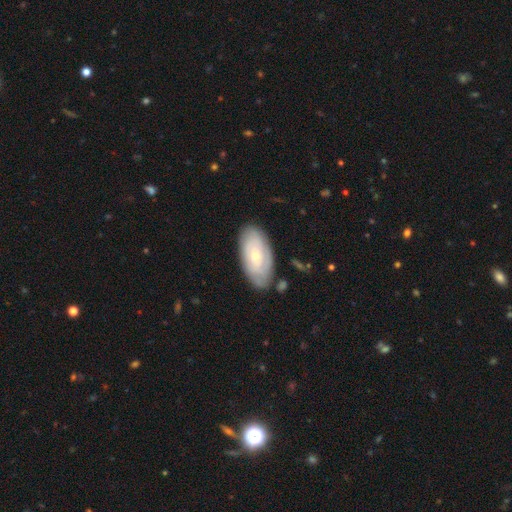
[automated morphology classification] featured or disk 56%, smooth 38%, star or artifact 6%. Down the decision tree: edge-on disk — no (91%); bar — no (79%); spiral arms — yes (66%); bulge size — small (66%); merging — none (77%).